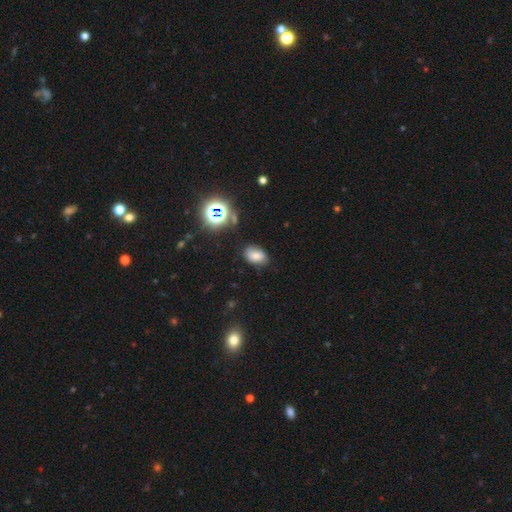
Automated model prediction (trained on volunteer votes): Q: Smooth or featured?
A: smooth (68%); runner-up: star or artifact (18%)
Q: How rounded?
A: in between (84%); runner-up: round (15%)
Q: Merging?
A: none (74%); runner-up: minor disturbance (19%)